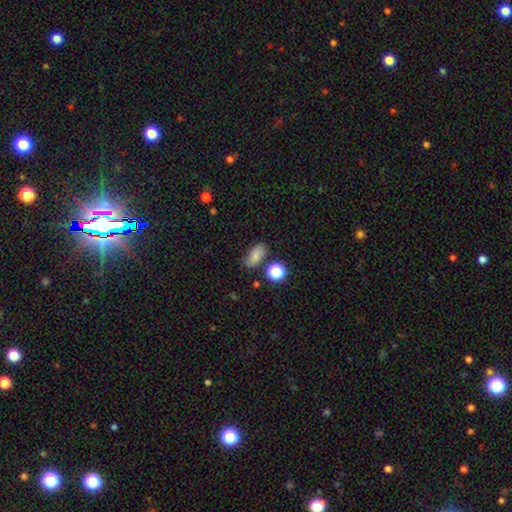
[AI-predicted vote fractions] This is likely a smooth galaxy (74%). How rounded: clearly in between (83%). Merging: likely none (66%).